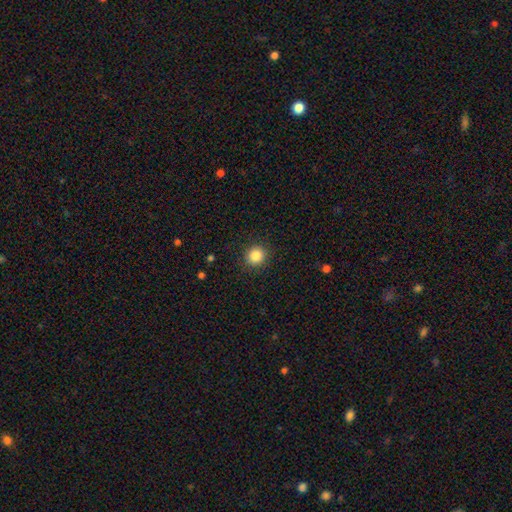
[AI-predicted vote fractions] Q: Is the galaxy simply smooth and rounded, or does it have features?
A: smooth — 85%.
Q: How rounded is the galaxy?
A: round — 90%.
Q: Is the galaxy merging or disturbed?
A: none — 90%.